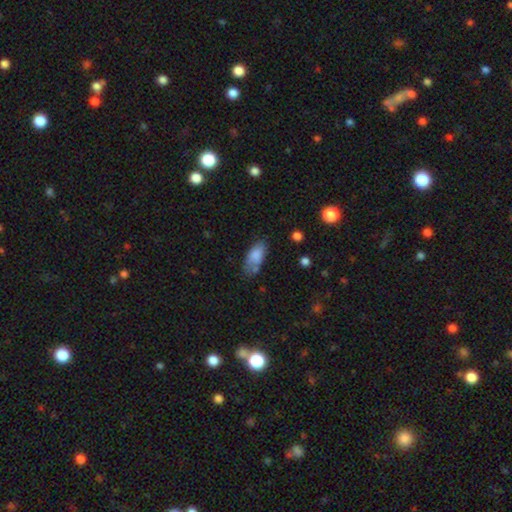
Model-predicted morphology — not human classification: smooth-or-featured: smooth: 80% | featured or disk: 13% | star or artifact: 8%
  how-rounded: in between: 87% | cigar-shaped: 10% | round: 3%
  merging: none: 54% | minor disturbance: 28% | major disturbance: 10% | merger: 8%